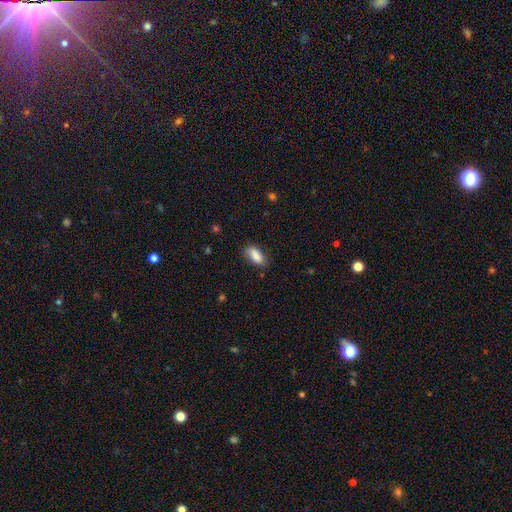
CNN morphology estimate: smooth_or_featured: smooth (p=0.84) [alt: featured or disk p=0.08]
how_rounded: in between (p=0.86) [alt: cigar-shaped p=0.10]
merging: none (p=0.77) [alt: minor disturbance p=0.18]